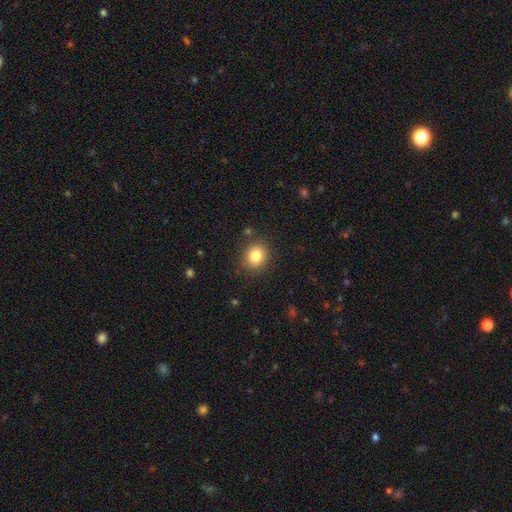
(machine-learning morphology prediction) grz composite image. It shows a smooth galaxy with no disk features (82%) that is round (80%). Merging: none (87%).